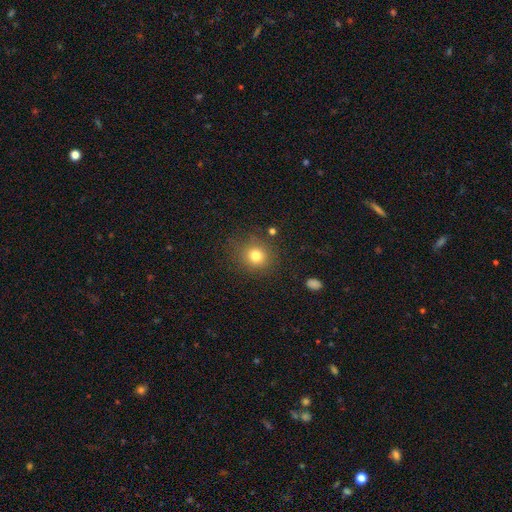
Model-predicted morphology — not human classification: This appears to be a smooth galaxy with no disk features (79%) that is round (88%). Merging: none (84%).